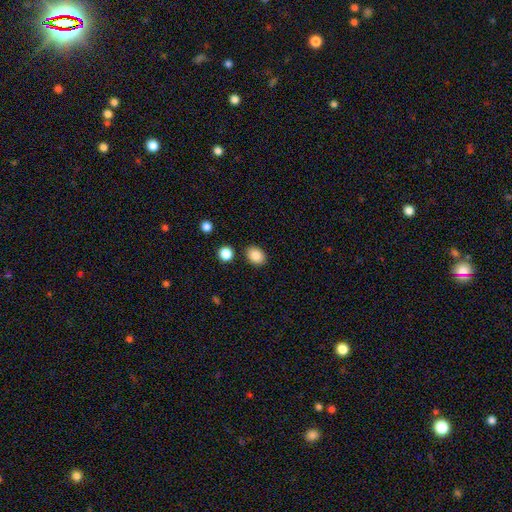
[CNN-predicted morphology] A smooth galaxy with no disk features (86%) that is in between round and cigar-shaped (62%). Merging: none (85%).